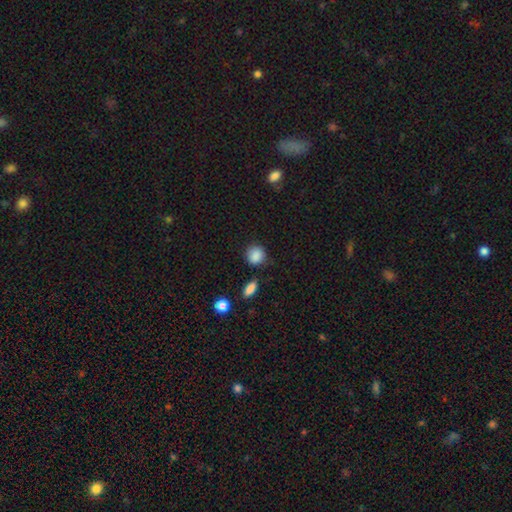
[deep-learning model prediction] smooth_or_featured: smooth (p=0.88) [alt: star or artifact p=0.09]
how_rounded: round (p=0.82) [alt: in between p=0.17]
merging: none (p=0.80) [alt: minor disturbance p=0.13]